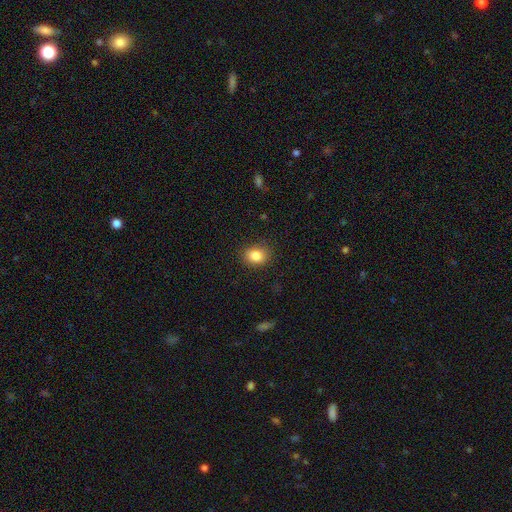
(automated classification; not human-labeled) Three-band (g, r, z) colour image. It shows a smooth galaxy with no disk features (85%) that is round (50%). Merging: none (86%).